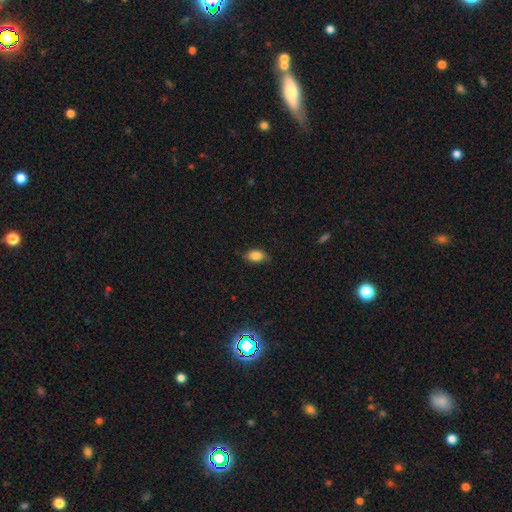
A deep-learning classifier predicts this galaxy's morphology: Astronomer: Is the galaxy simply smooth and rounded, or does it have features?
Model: smooth — 84%.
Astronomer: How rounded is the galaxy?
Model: in between — 88%.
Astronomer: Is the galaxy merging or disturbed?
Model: none — 72%.